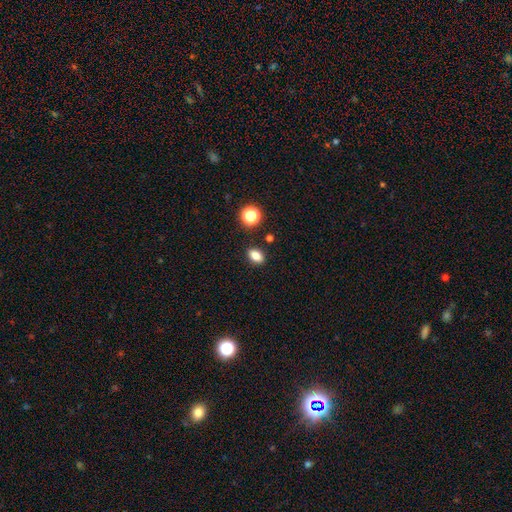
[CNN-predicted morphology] smooth-or-featured: smooth: 82% | star or artifact: 12% | featured or disk: 6%
  how-rounded: in between: 79% | round: 18% | cigar-shaped: 3%
  merging: none: 87% | minor disturbance: 8% | merger: 3% | major disturbance: 2%